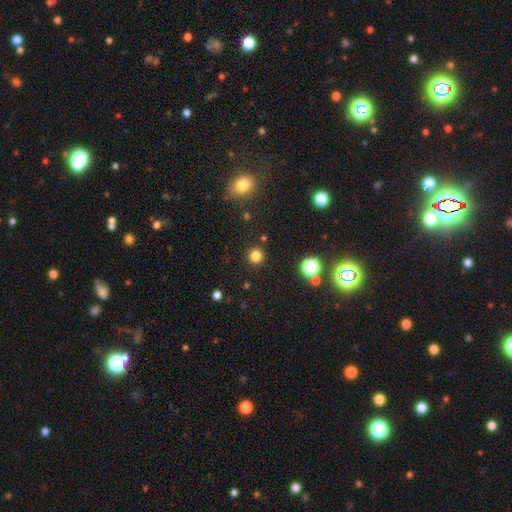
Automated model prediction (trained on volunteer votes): Smooth or featured?
  - smooth: 81% *
  - star or artifact: 15%
  - featured or disk: 4%
How rounded?
  - round: 93% *
  - in between: 6%
  - cigar-shaped: 1%
Merging?
  - none: 90% *
  - minor disturbance: 6%
  - merger: 2%
  - major disturbance: 2%